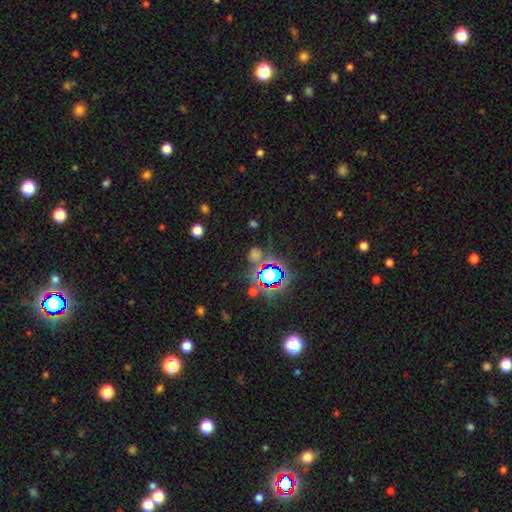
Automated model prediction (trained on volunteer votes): smooth_or_featured: star or artifact (p=0.62) [alt: smooth p=0.28]